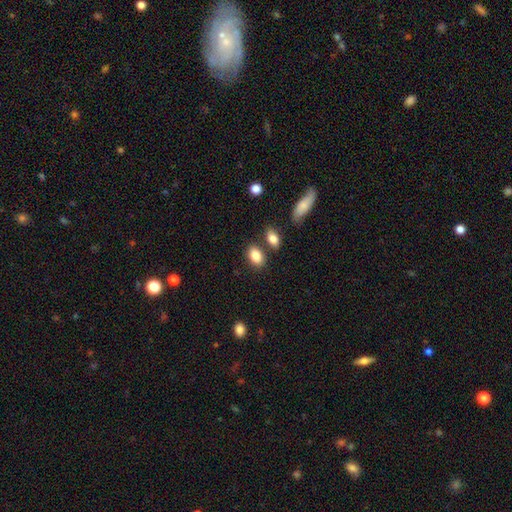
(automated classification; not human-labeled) smooth_or_featured: smooth (p=0.85) [alt: star or artifact p=0.08]
how_rounded: in between (p=0.84) [alt: round p=0.15]
merging: none (p=0.73) [alt: merger p=0.13]